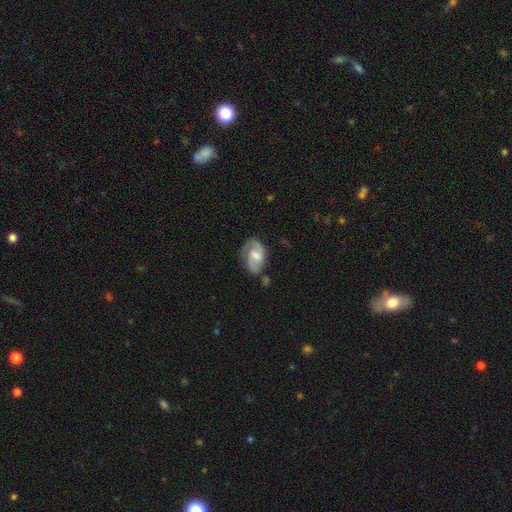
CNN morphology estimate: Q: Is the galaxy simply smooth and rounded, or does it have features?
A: featured or disk — 70%.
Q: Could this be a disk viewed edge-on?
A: no — 97%.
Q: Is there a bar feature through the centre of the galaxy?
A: weak — 50%.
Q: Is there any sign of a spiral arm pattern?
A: yes — 92%.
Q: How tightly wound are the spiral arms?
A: medium — 49%.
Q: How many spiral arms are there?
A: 2 — 79%.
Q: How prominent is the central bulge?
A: moderate — 41%.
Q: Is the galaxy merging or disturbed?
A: none — 59%.